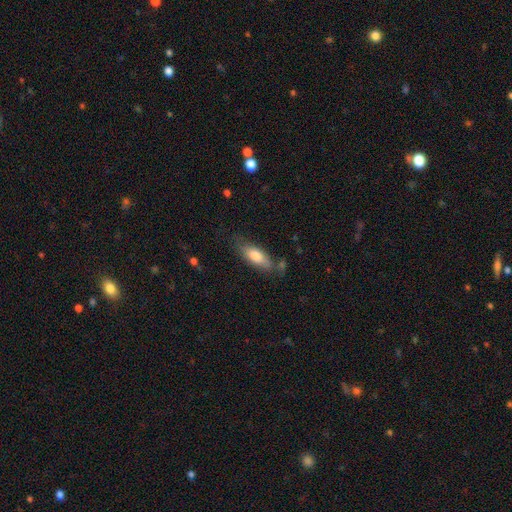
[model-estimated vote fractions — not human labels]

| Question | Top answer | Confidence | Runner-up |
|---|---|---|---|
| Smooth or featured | smooth | 75% | featured or disk (18%) |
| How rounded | in between | 68% | cigar-shaped (30%) |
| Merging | none | 67% | minor disturbance (22%) |